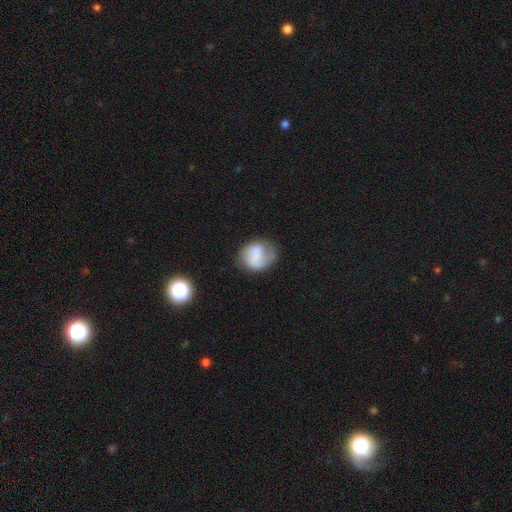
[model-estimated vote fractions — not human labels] Morphology: type=smooth (59%); roundness=round (65%); merging=none (53%).